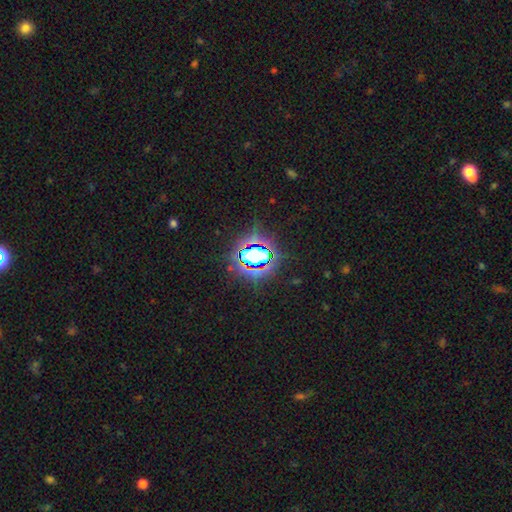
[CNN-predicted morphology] star or artifact 71%, smooth 17%, featured or disk 12%.